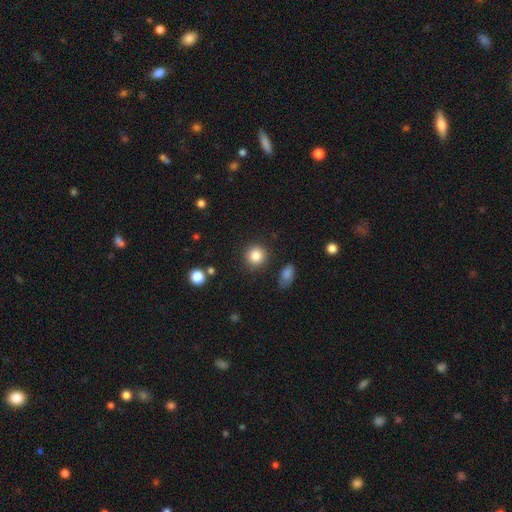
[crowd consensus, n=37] This is clearly a smooth galaxy (84%). How rounded: clearly round (97%). Merging: clearly none (91%).